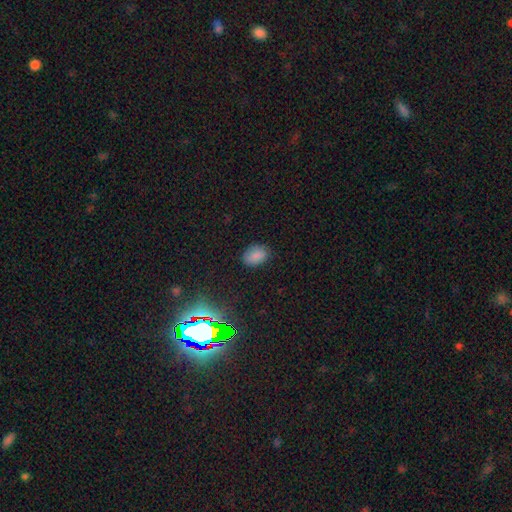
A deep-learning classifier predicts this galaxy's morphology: The model was most divided on "how rounded": in between: 79%, round: 20%, cigar-shaped: 1%. More confident: smooth or featured — smooth (82%); merging — none (81%).